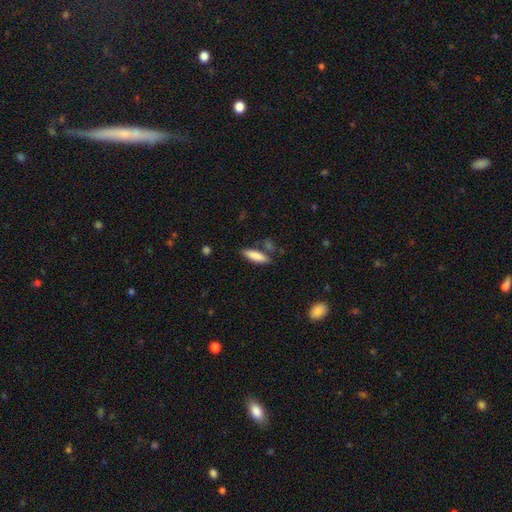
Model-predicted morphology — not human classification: smooth 85%, featured or disk 9%, star or artifact 6%. Down the decision tree: how rounded — cigar-shaped (55%); merging — none (74%).